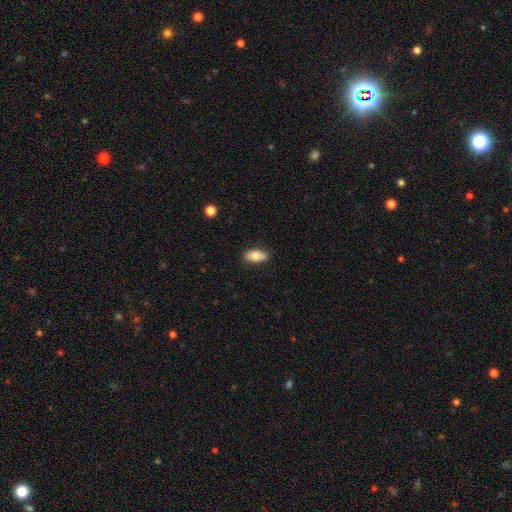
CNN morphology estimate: This is likely a smooth galaxy (77%). How rounded: clearly in between (92%). Merging: clearly none (83%).